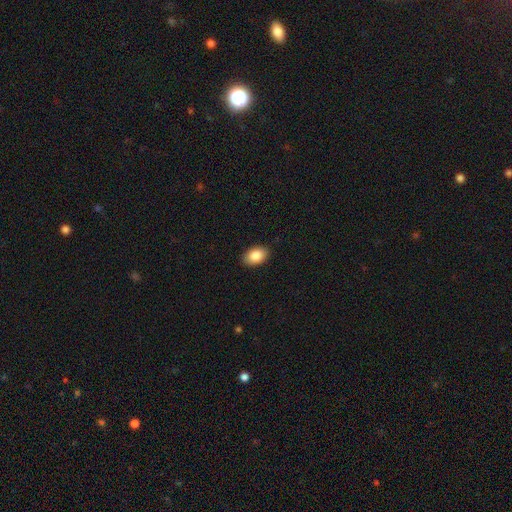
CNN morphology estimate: A smooth galaxy with no disk features (86%) that is in between round and cigar-shaped (89%). Merging: none (89%).